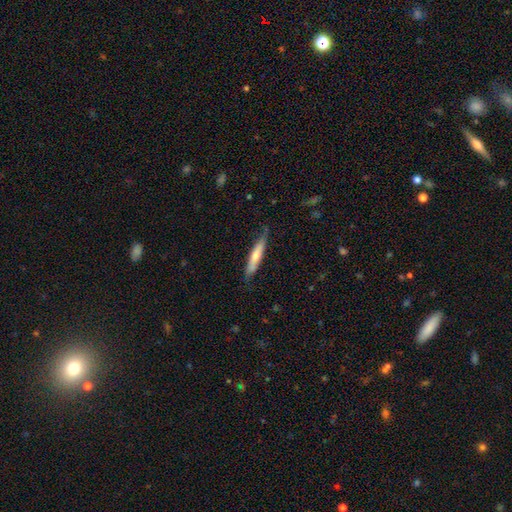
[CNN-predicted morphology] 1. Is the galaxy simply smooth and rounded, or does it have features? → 62% smooth, 32% featured or disk, 5% star or artifact.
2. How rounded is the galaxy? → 89% cigar-shaped, 9% in between, 1% round.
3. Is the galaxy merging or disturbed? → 77% none, 18% minor disturbance, 3% major disturbance, 2% merger.